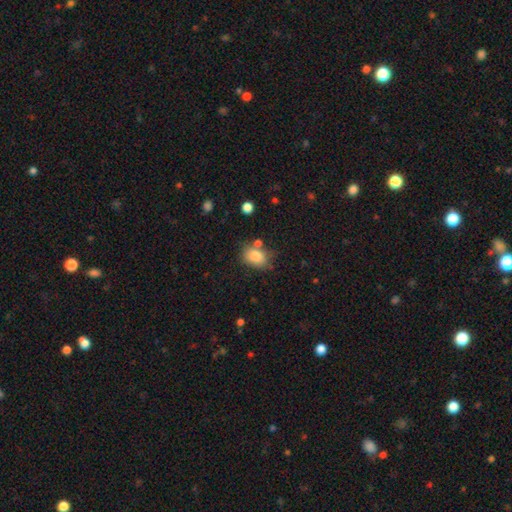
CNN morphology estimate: The model was most divided on "merging": none: 61%, minor disturbance: 20%, merger: 13%, major disturbance: 6%. More confident: smooth or featured — smooth (83%); how rounded — in between (74%).